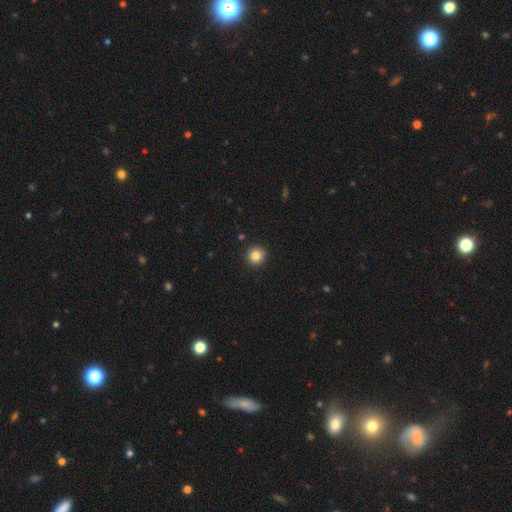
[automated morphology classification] smooth_or_featured: smooth (p=0.83) [alt: star or artifact p=0.11]
how_rounded: round (p=0.95) [alt: in between p=0.04]
merging: none (p=0.92) [alt: minor disturbance p=0.06]